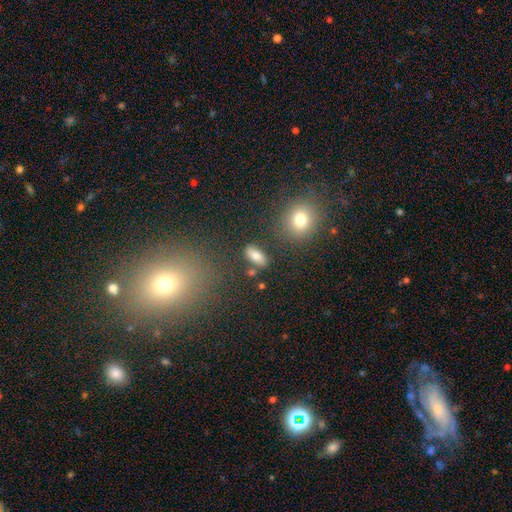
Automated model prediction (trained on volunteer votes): smooth 77%, featured or disk 12%, star or artifact 10%. Down the decision tree: how rounded — in between (82%); merging — none (81%).